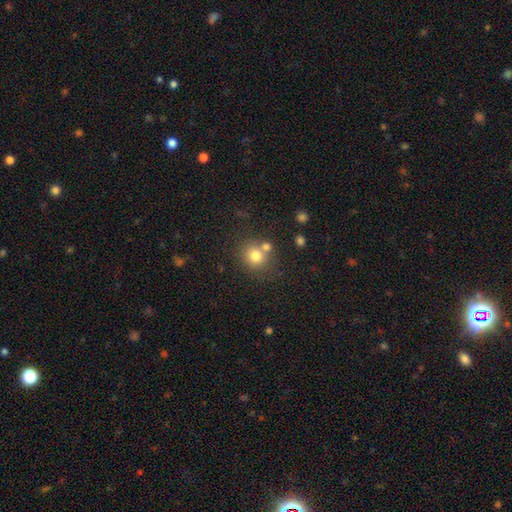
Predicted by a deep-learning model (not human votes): A smooth galaxy with no disk features (77%) that is round (84%). Merging: none (61%).